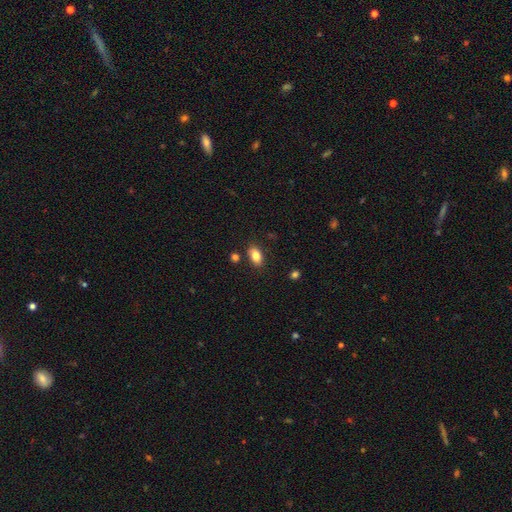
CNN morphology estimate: This appears to be a smooth galaxy with no disk features (83%) that is in between round and cigar-shaped (89%). Merging: none (84%).